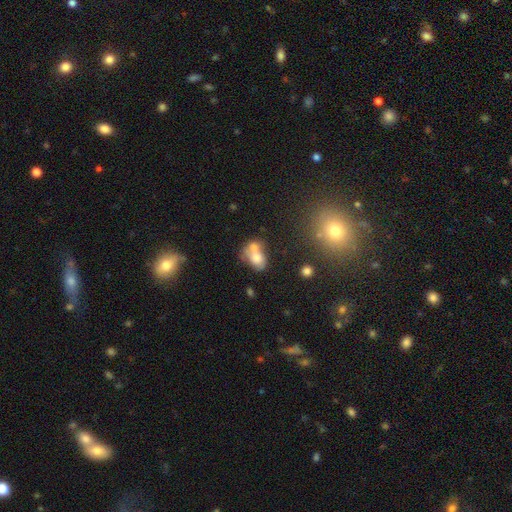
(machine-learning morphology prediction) smooth_or_featured: smooth (p=0.64) [alt: featured or disk p=0.25]
how_rounded: in between (p=0.66) [alt: round p=0.32]
merging: merger (p=0.65) [alt: none p=0.20]